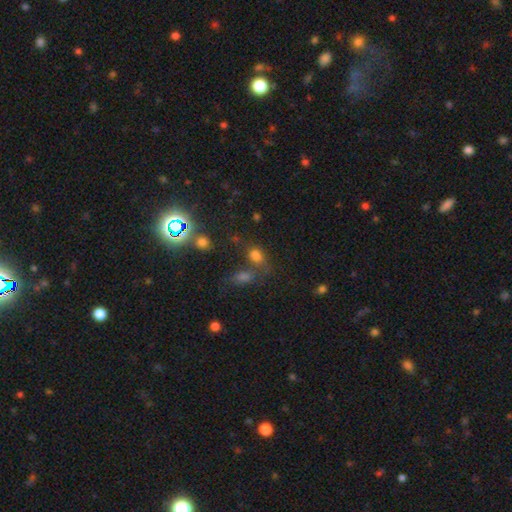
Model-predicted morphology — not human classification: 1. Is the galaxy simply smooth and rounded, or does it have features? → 69% smooth, 22% star or artifact, 9% featured or disk.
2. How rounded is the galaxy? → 68% in between, 29% round, 3% cigar-shaped.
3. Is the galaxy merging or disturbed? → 43% none, 34% merger, 14% minor disturbance, 9% major disturbance.